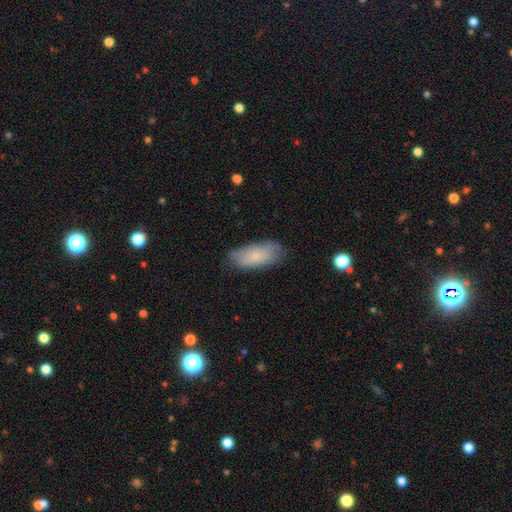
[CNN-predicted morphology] Smooth or featured? Predicted: smooth (p=0.73). How rounded? Predicted: in between (p=0.87). Merging? Predicted: none (p=0.71).